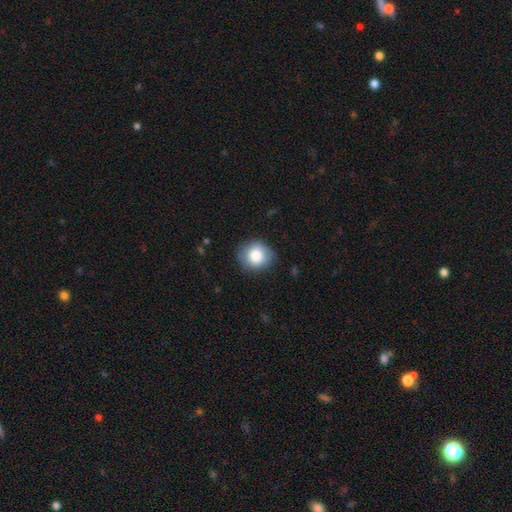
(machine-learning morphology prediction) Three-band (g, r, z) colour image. It shows a smooth galaxy with no disk features (81%) that is round (83%). Merging: none (83%).